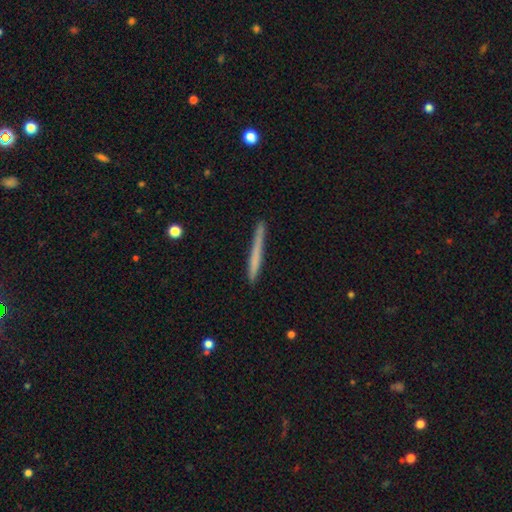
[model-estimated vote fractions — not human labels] Smooth or featured? Predicted: smooth (p=0.62). How rounded? Predicted: cigar-shaped (p=0.97). Merging? Predicted: none (p=0.87).